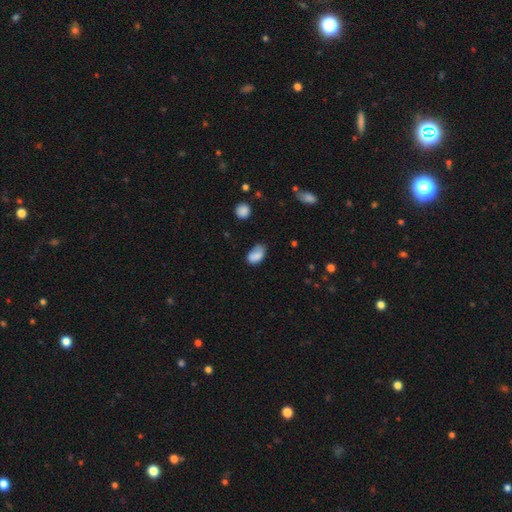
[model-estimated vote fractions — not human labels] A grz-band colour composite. It shows a smooth galaxy with no disk features (83%) that is in between round and cigar-shaped (89%). Merging: none (52%).